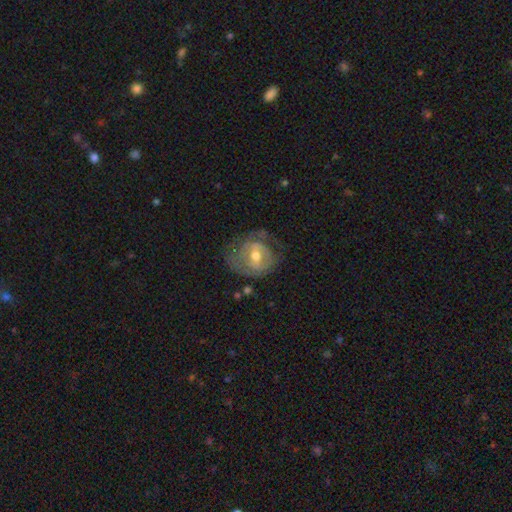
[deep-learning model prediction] A featured or disk galaxy (65%) with a weak bar (47%), spiral arms (58%) and a moderate central bulge (71%).

Vote fractions:
- Smooth or featured? featured or disk: 65% / smooth: 29% / star or artifact: 6%
- Edge-on disk? no: 96% / yes: 4%
- Bar? weak: 47% / no: 30% / strong: 24%
- Spiral arms? yes: 58% / no: 42%
- Bulge size? moderate: 71% / small: 22% / large: 5% / none: 1% / dominant: 1%
- Merging? none: 50% / minor disturbance: 26% / major disturbance: 21% / merger: 2%